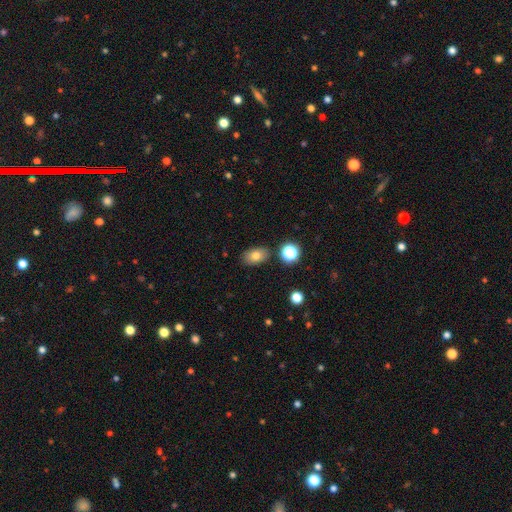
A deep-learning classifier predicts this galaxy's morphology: smooth_or_featured: smooth (p=0.78) [alt: star or artifact p=0.11]
how_rounded: in between (p=0.83) [alt: round p=0.15]
merging: none (p=0.84) [alt: minor disturbance p=0.10]